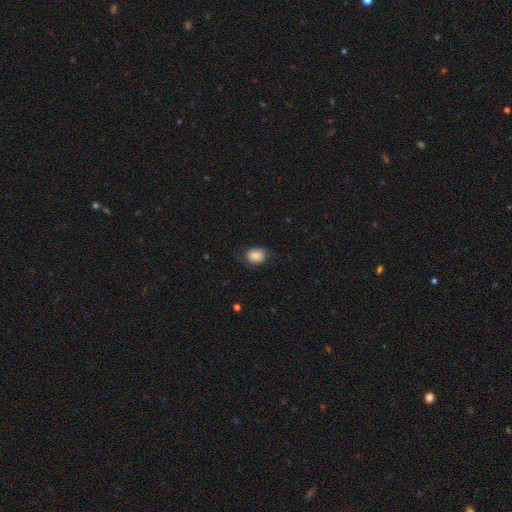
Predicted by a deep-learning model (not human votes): Q: Smooth or featured?
A: smooth (83%); runner-up: featured or disk (9%)
Q: How rounded?
A: in between (51%); runner-up: round (48%)
Q: Merging?
A: none (73%); runner-up: minor disturbance (20%)